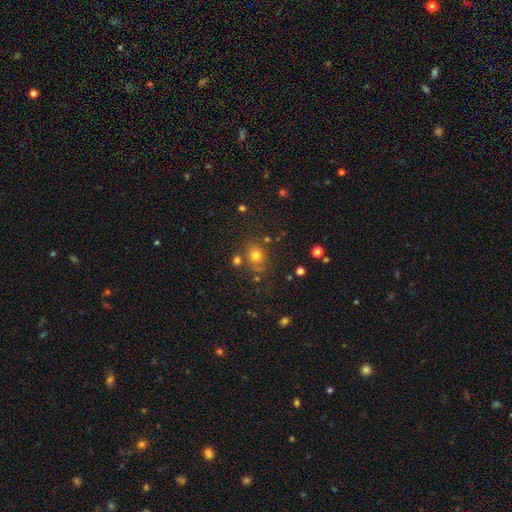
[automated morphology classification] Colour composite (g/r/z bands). It shows a smooth galaxy with no disk features (75%) that is round (80%). Merging: none (73%).